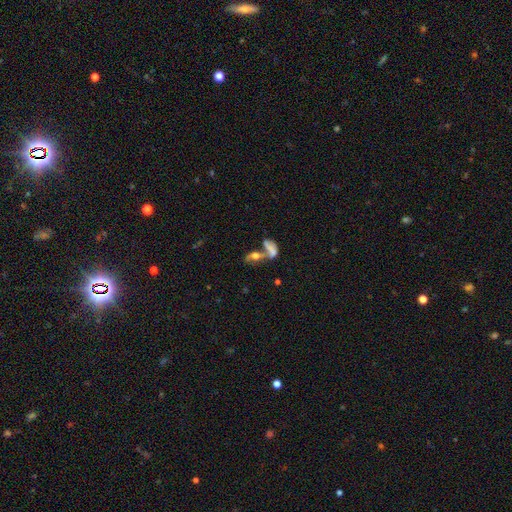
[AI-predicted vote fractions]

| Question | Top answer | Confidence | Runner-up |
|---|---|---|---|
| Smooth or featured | featured or disk | 44% | smooth (42%) |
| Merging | merger | 56% | none (25%) |